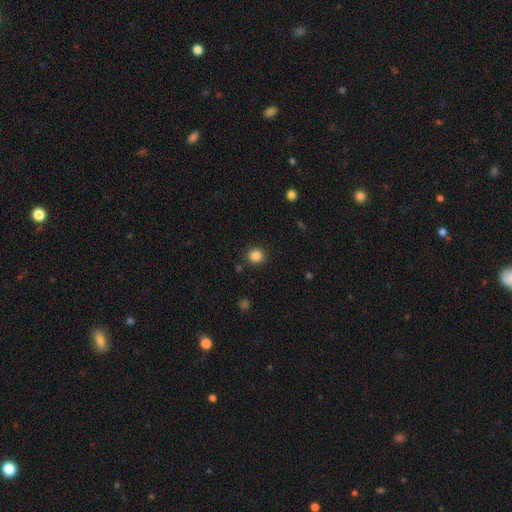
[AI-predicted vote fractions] Morphology: type=smooth (85%); roundness=round (90%); merging=none (90%).